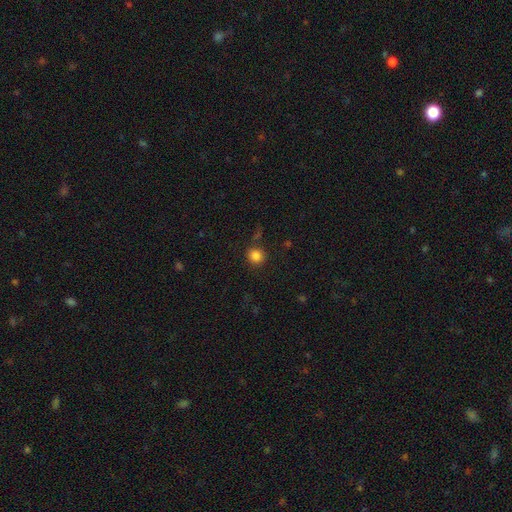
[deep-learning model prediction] Overall: smooth (84%). How rounded: round (91%). Merging: none (82%).